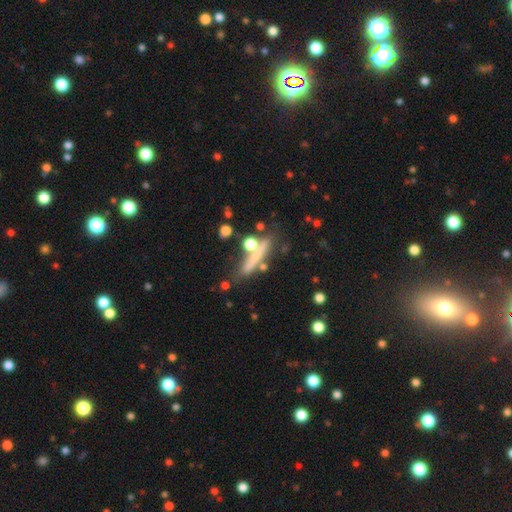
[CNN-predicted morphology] This is possibly a smooth galaxy (49%). Merging: likely none (62%).